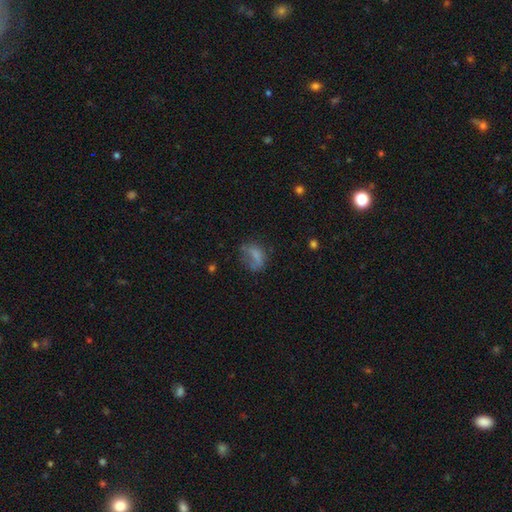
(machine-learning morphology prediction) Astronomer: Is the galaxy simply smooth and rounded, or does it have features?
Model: smooth — 62%.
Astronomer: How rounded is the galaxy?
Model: in between — 69%.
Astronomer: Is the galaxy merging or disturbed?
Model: none — 35%, tied with major disturbance at 35%.